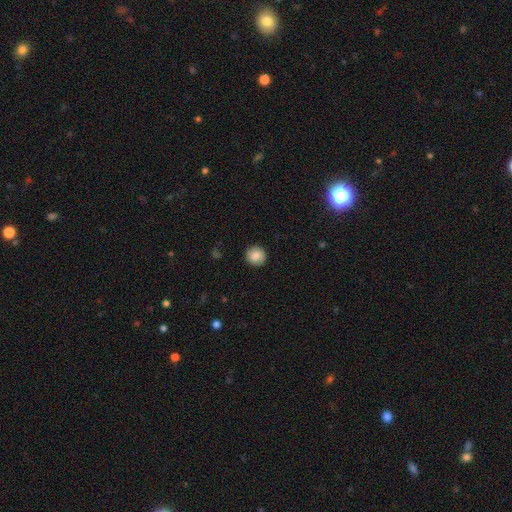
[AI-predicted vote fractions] A smooth galaxy with no disk features (87%) that is round (93%). Merging: none (91%).